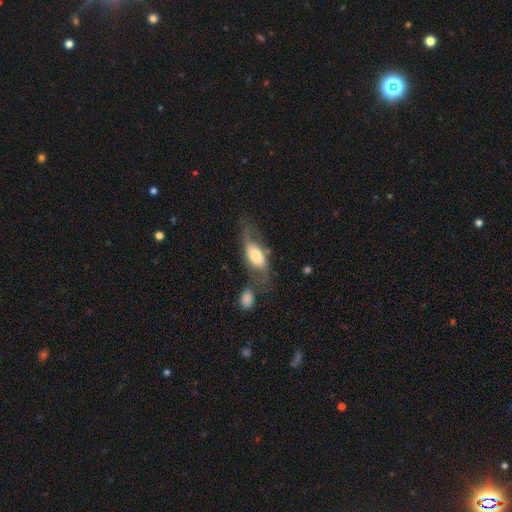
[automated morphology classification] Overall: smooth (49%; featured or disk 45%). Merging: none (43%; minor disturbance 22%).